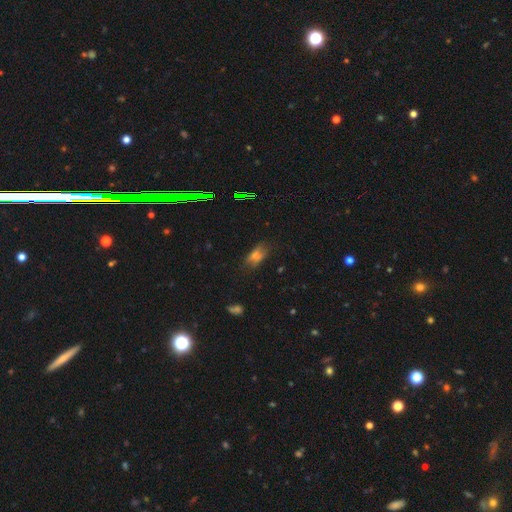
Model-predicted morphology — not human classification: This appears to be a smooth galaxy with no disk features (63%) that is in between round and cigar-shaped (83%). Merging: none (66%).